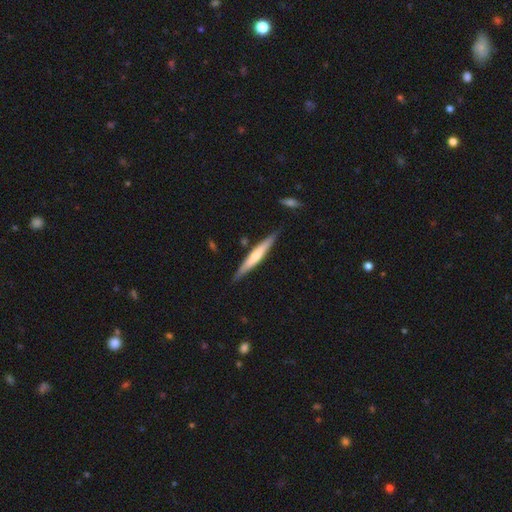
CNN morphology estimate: The model was most divided on "smooth or featured" (2-way tie): smooth: 47%, featured or disk: 47%, star or artifact: 5%. More confident: merging — none (85%).